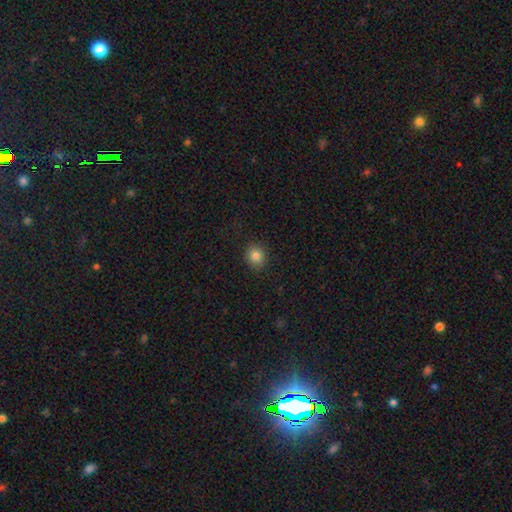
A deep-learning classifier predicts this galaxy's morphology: Smooth or featured?
  - smooth: 83% *
  - star or artifact: 11%
  - featured or disk: 6%
How rounded?
  - round: 85% *
  - in between: 14%
  - cigar-shaped: 1%
Merging?
  - none: 90% *
  - minor disturbance: 6%
  - major disturbance: 2%
  - merger: 1%